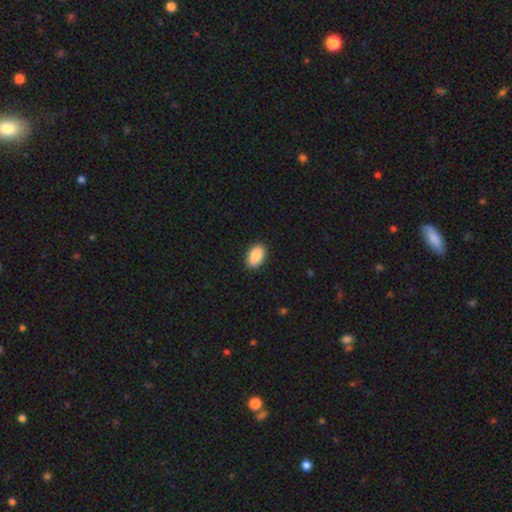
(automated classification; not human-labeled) This appears to be a smooth galaxy with no disk features (89%) that is in between round and cigar-shaped (93%). Merging: none (91%).